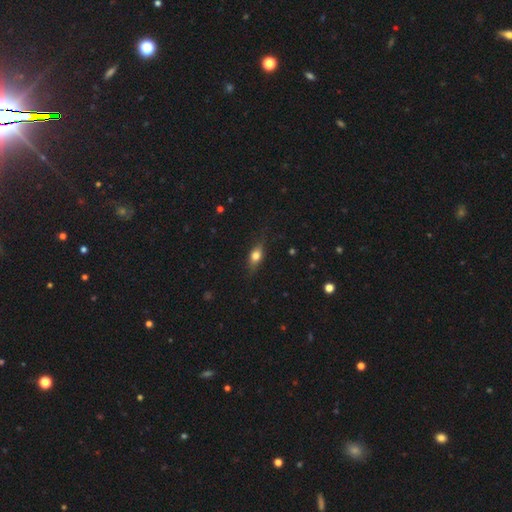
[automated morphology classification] smooth_or_featured: smooth (p=0.68) [alt: featured or disk p=0.23]
how_rounded: in between (p=0.72) [alt: cigar-shaped p=0.17]
merging: none (p=0.78) [alt: minor disturbance p=0.17]